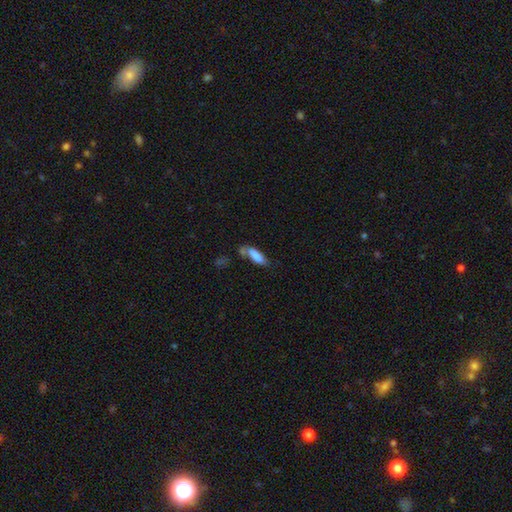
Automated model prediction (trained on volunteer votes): smooth 82%, featured or disk 10%, star or artifact 8%. Down the decision tree: how rounded — in between (52%); merging — none (45%).